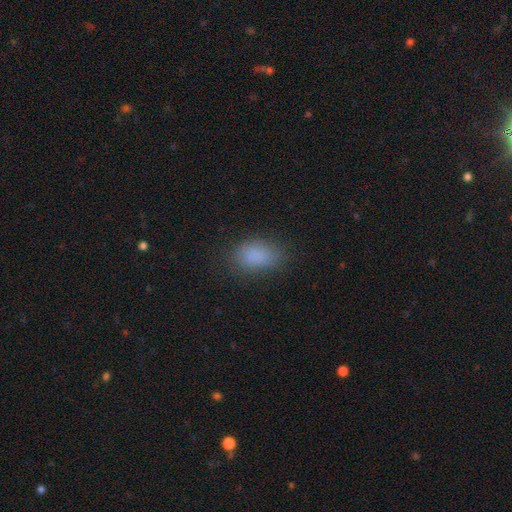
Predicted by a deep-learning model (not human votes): A smooth galaxy with no disk features (84%) that is in between round and cigar-shaped (84%).

Vote fractions:
- Smooth or featured? smooth: 84% / star or artifact: 10% / featured or disk: 6%
- How rounded? in between: 84% / round: 15% / cigar-shaped: 2%
- Merging? none: 76% / minor disturbance: 17% / major disturbance: 6% / merger: 1%